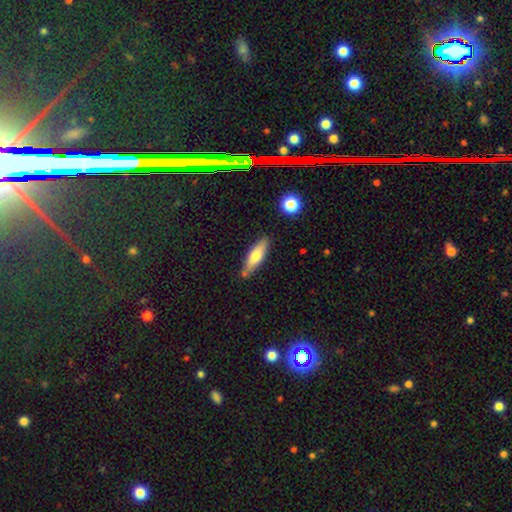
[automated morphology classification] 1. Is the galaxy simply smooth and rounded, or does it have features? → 63% smooth, 31% featured or disk, 6% star or artifact.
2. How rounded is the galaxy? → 54% cigar-shaped, 44% in between, 2% round.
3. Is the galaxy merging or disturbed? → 78% none, 14% minor disturbance, 5% merger, 3% major disturbance.